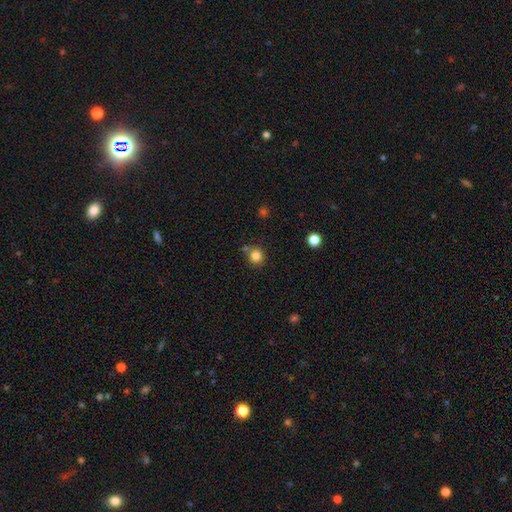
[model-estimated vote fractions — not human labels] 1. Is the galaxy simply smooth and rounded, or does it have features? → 83% smooth, 12% star or artifact, 5% featured or disk.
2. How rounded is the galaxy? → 92% round, 8% in between, 1% cigar-shaped.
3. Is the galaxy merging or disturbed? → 77% none, 11% merger, 9% minor disturbance, 3% major disturbance.